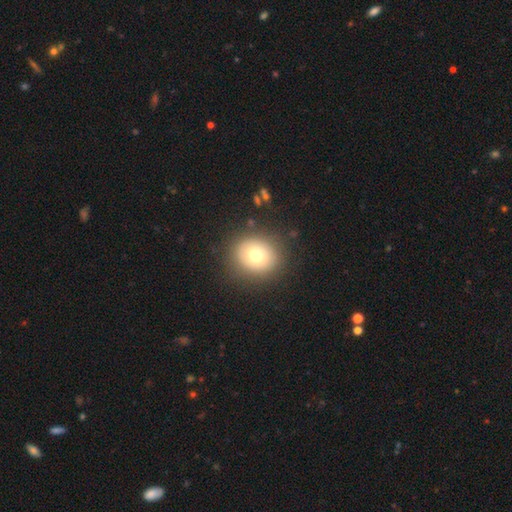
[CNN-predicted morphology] Smooth or featured? smooth (72%)
How rounded? round (77%)
Merging? none (85%)